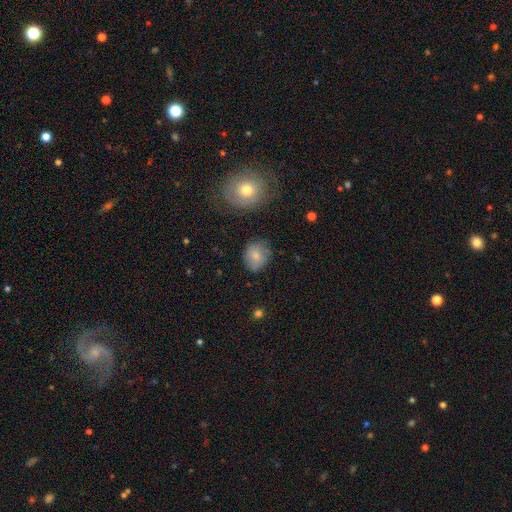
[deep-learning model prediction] Smooth or featured? Predicted: smooth (p=0.78). How rounded? Predicted: round (p=0.57). Merging? Predicted: none (p=0.71).